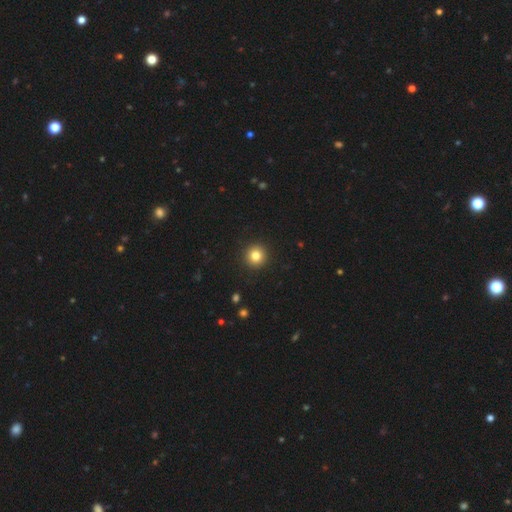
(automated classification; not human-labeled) The model was most divided on "smooth or featured": smooth: 83%, star or artifact: 11%, featured or disk: 6%. More confident: how rounded — round (95%); merging — none (93%).